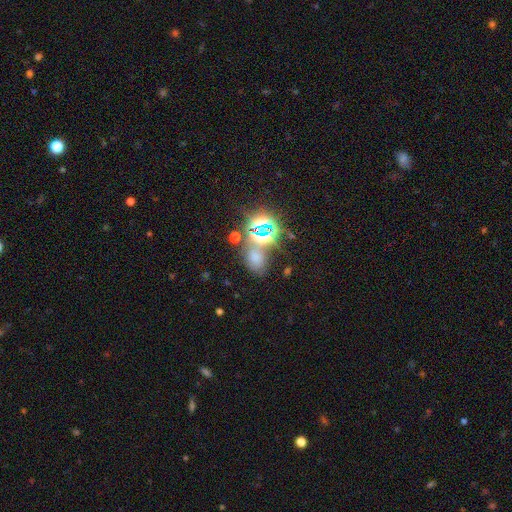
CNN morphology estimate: The model was most divided on "smooth or featured" (2-way tie): star or artifact: 45%, smooth: 45%, featured or disk: 10%.